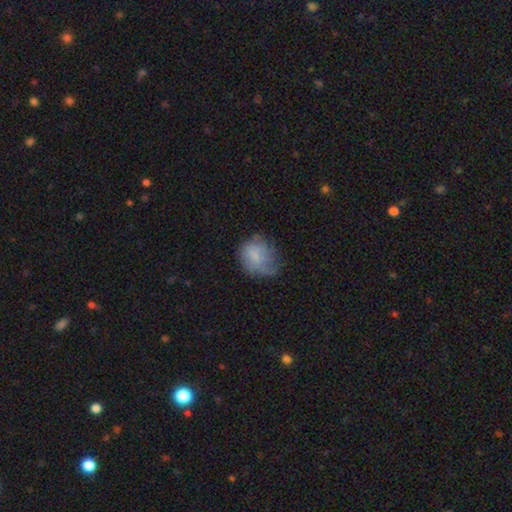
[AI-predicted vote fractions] This is likely a smooth galaxy (72%). How rounded: possibly round (59%). Merging: marginally none (41%).